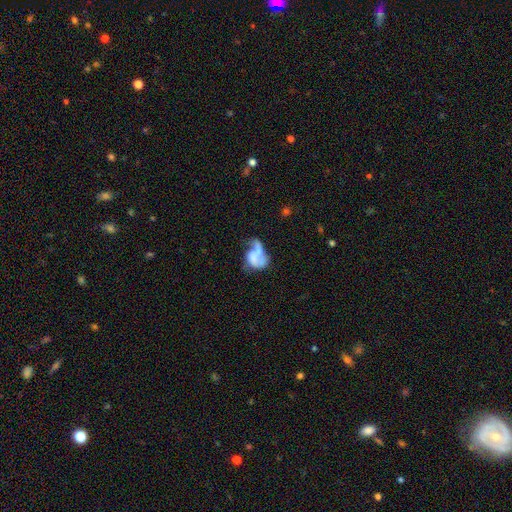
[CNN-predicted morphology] featured or disk 56%, smooth 35%, star or artifact 10%. Down the decision tree: edge-on disk — no (98%); bar — no (77%); spiral arms — no (54%); bulge size — none (58%); merging — major disturbance (33%).